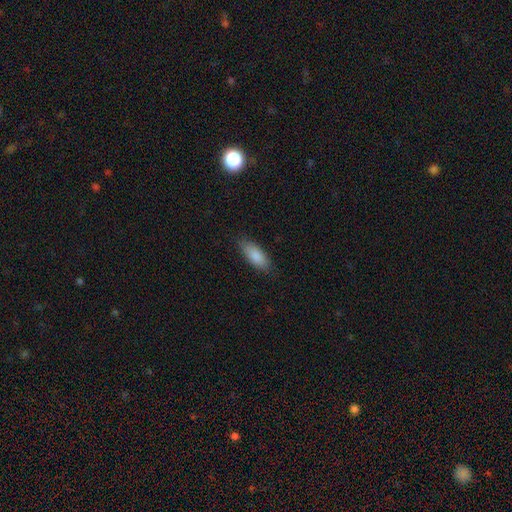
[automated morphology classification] A smooth galaxy with no disk features (86%) that is in between round and cigar-shaped (77%).

Vote fractions:
- Smooth or featured? smooth: 86% / featured or disk: 8% / star or artifact: 6%
- How rounded? in between: 77% / cigar-shaped: 21% / round: 2%
- Merging? none: 83% / minor disturbance: 14% / major disturbance: 3% / merger: 1%